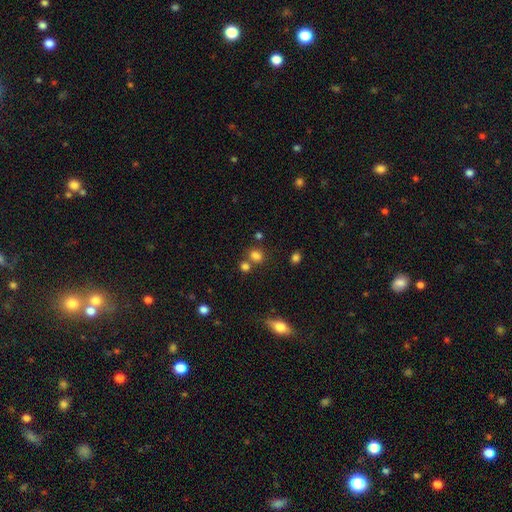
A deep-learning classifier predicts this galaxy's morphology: Overall: smooth (78%). How rounded: round (65%; in between 33%). Merging: none (62%; merger 24%).